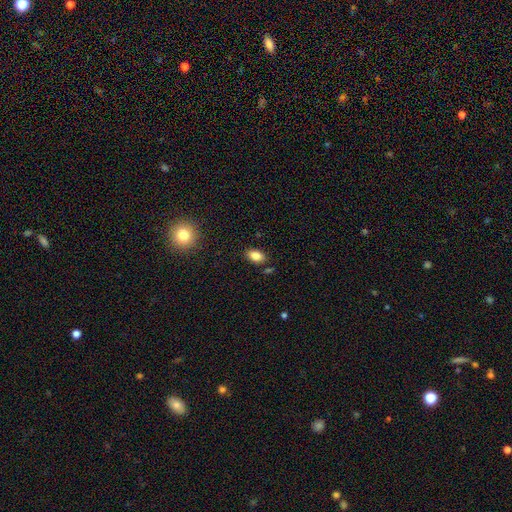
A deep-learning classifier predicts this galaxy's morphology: This is clearly a smooth galaxy (85%). How rounded: clearly in between (89%). Merging: clearly none (84%).